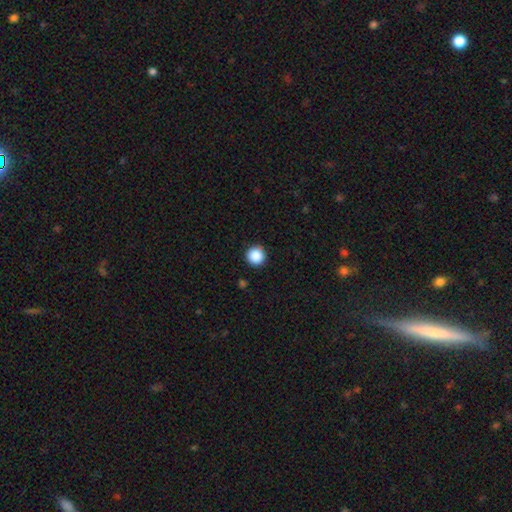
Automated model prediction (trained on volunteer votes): Smooth or featured? smooth (88%)
How rounded? round (96%)
Merging? none (92%)